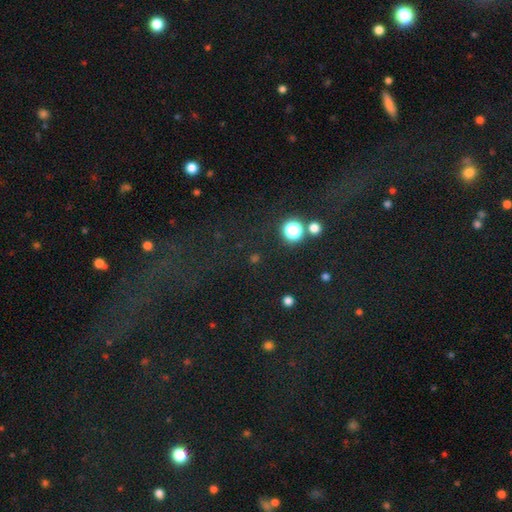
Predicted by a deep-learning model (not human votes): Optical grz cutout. It shows a star or artifact, not a galaxy (50%).